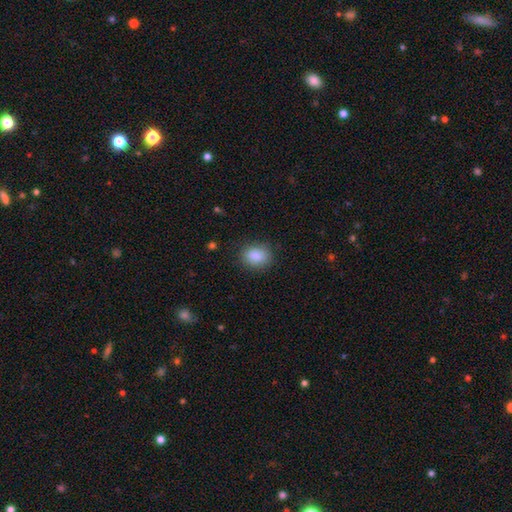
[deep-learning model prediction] A smooth galaxy with no disk features (88%) that is in between round and cigar-shaped (52%).

Vote fractions:
- Smooth or featured? smooth: 88% / star or artifact: 8% / featured or disk: 4%
- How rounded? in between: 52% / round: 46% / cigar-shaped: 1%
- Merging? none: 85% / minor disturbance: 11% / major disturbance: 3% / merger: 1%